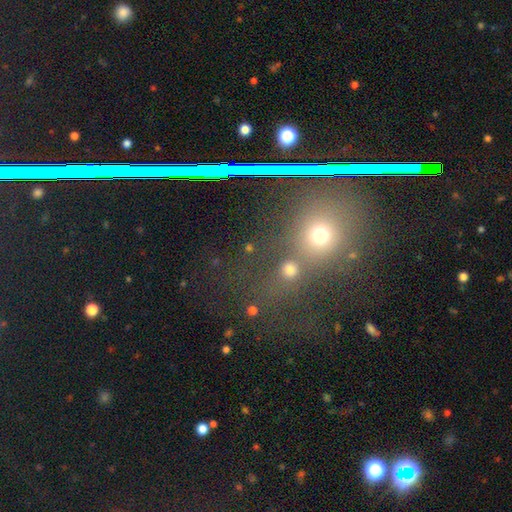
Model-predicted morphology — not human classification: Smooth or featured? Predicted: star or artifact (p=0.57).